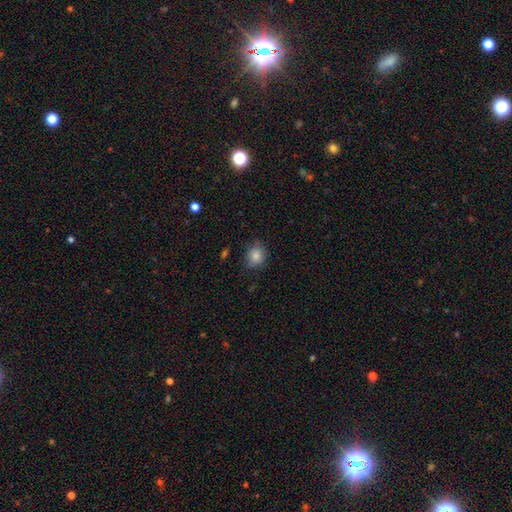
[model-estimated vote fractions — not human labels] Morphology: type=smooth (84%); roundness=round (70%); merging=none (74%).